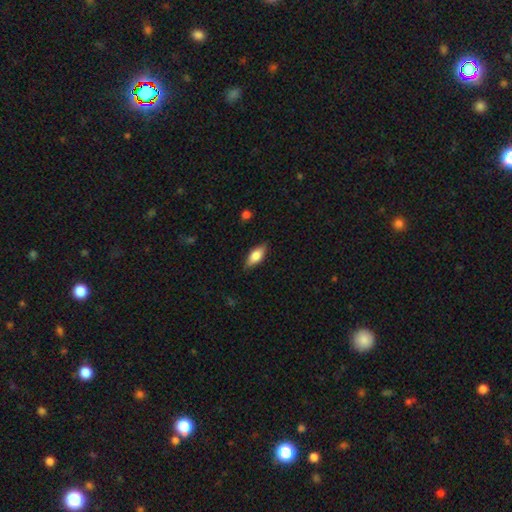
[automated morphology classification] smooth-or-featured: smooth: 75% | featured or disk: 18% | star or artifact: 7%
  how-rounded: in between: 81% | cigar-shaped: 16% | round: 3%
  merging: none: 85% | minor disturbance: 12% | major disturbance: 2% | merger: 1%